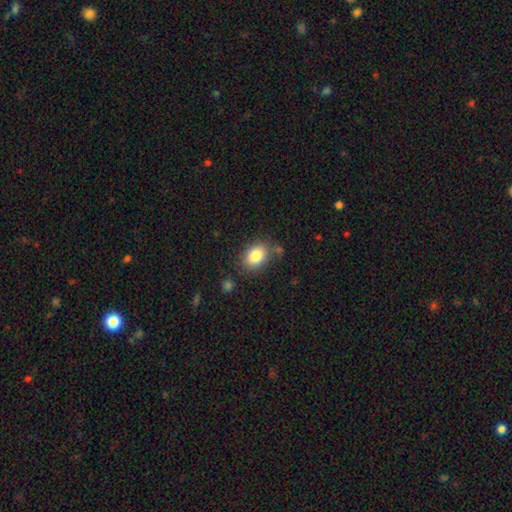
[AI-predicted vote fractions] The model was most divided on "how rounded": in between: 67%, round: 32%, cigar-shaped: 1%. More confident: smooth or featured — smooth (83%); merging — none (75%).